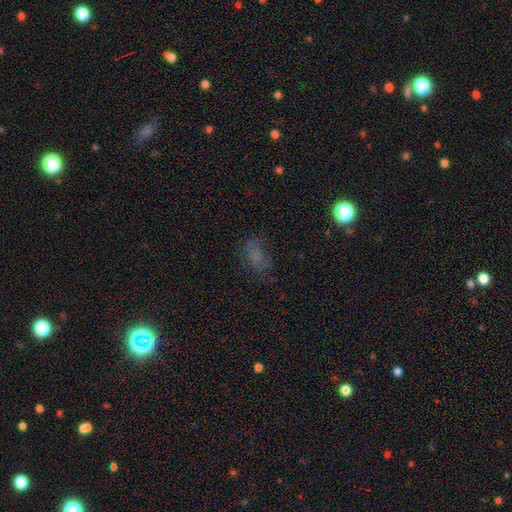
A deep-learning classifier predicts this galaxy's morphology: smooth-or-featured: smooth: 56% | star or artifact: 23% | featured or disk: 21%
  how-rounded: in between: 80% | round: 17% | cigar-shaped: 3%
  merging: none: 61% | minor disturbance: 22% | major disturbance: 14% | merger: 3%